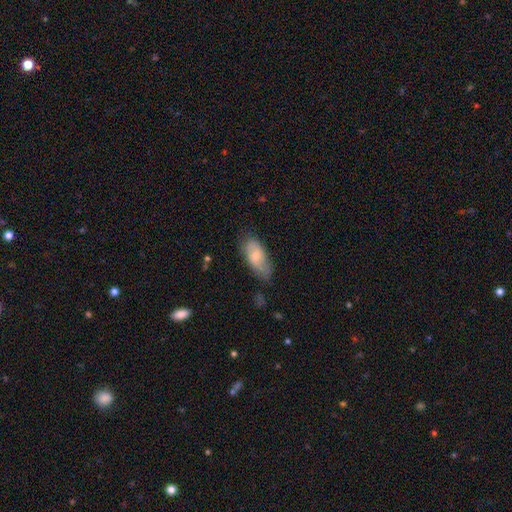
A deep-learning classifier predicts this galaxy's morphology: Smooth or featured?
  - smooth: 63% *
  - featured or disk: 30%
  - star or artifact: 6%
How rounded?
  - in between: 85% *
  - cigar-shaped: 12%
  - round: 3%
Merging?
  - none: 61% *
  - minor disturbance: 29%
  - major disturbance: 8%
  - merger: 2%